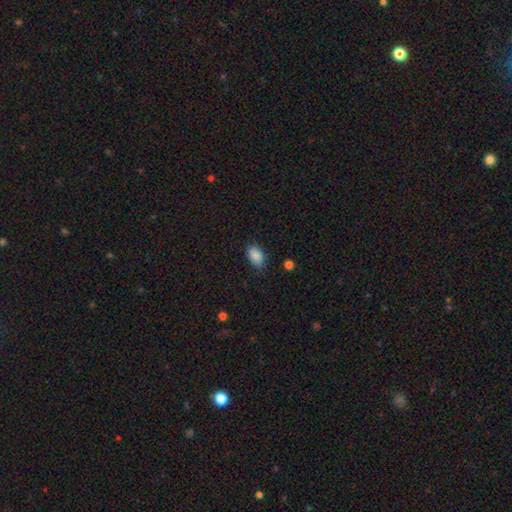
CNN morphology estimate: A smooth galaxy with no disk features (89%) that is in between round and cigar-shaped (92%). Merging: none (82%).